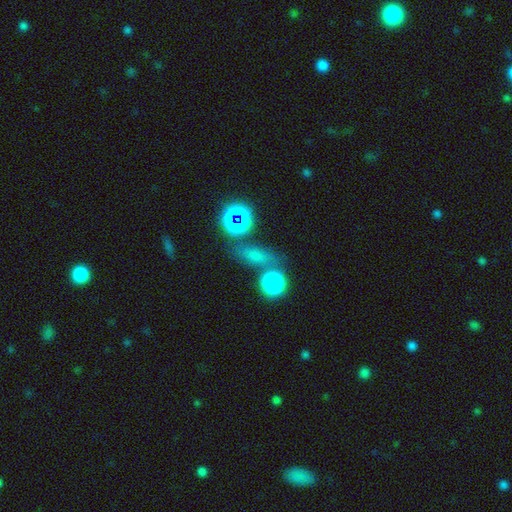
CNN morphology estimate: smooth-or-featured: smooth: 60% | star or artifact: 27% | featured or disk: 13%
  how-rounded: in between: 54% | round: 25% | cigar-shaped: 21%
  merging: none: 73% | minor disturbance: 13% | merger: 9% | major disturbance: 6%